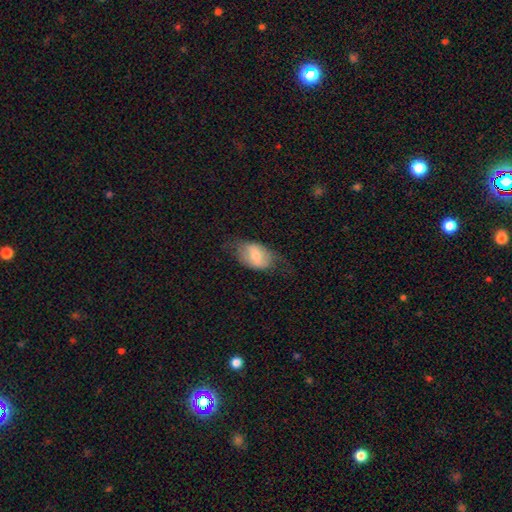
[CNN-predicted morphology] Smooth or featured: smooth — 56% (featured or disk — 37%)
How rounded: in between — 85% (round — 13%)
Merging: none — 57% (minor disturbance — 27%)